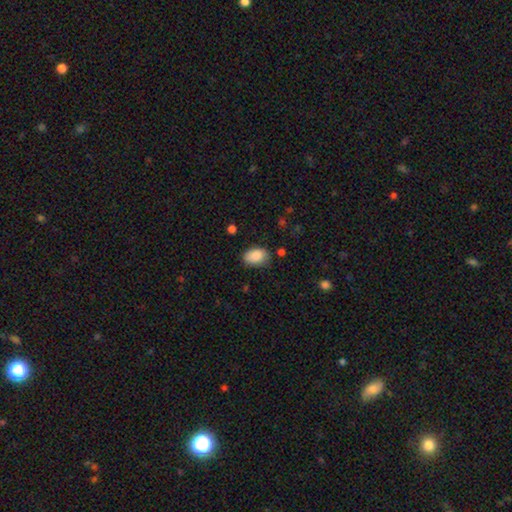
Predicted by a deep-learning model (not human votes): smooth 88%, star or artifact 7%, featured or disk 5%. Down the decision tree: how rounded — in between (89%); merging — none (77%).